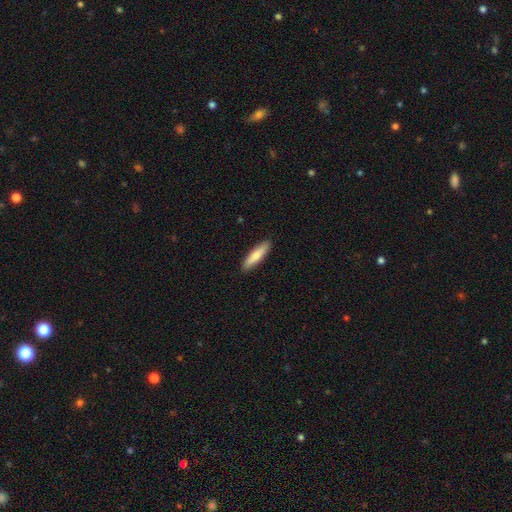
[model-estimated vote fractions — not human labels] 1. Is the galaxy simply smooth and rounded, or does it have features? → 76% smooth, 18% featured or disk, 5% star or artifact.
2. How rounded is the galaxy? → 76% cigar-shaped, 23% in between, 1% round.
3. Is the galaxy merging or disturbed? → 90% none, 8% minor disturbance, 1% major disturbance, 1% merger.